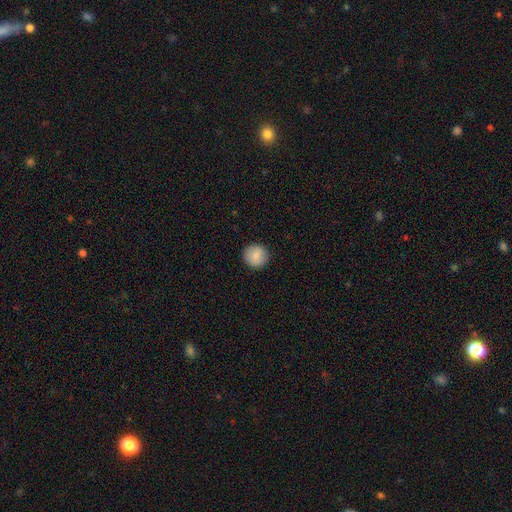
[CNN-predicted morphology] smooth-or-featured: smooth: 85% | star or artifact: 8% | featured or disk: 7%
  how-rounded: round: 95% | in between: 4% | cigar-shaped: 1%
  merging: none: 92% | minor disturbance: 6% | major disturbance: 2% | merger: 1%